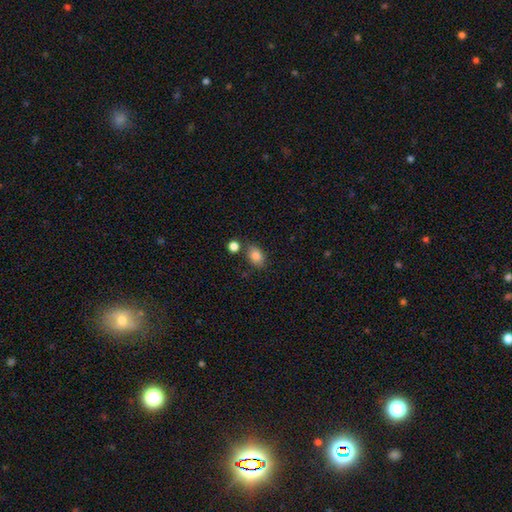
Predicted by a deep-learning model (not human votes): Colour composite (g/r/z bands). It shows a smooth galaxy with no disk features (83%) that is in between round and cigar-shaped (77%). Merging: none (76%).